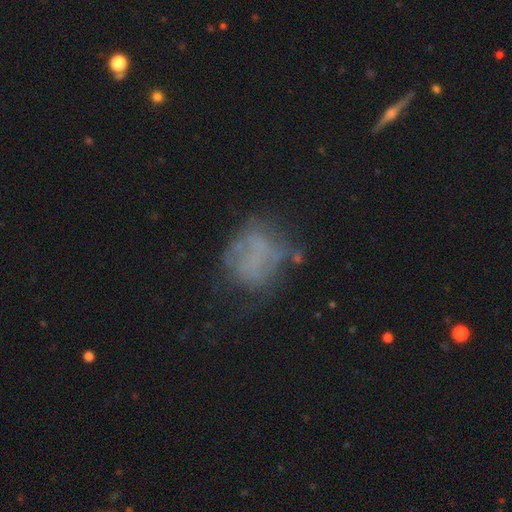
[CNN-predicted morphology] Overall: smooth (44%; featured or disk 38%). Merging: none (54%; minor disturbance 23%).